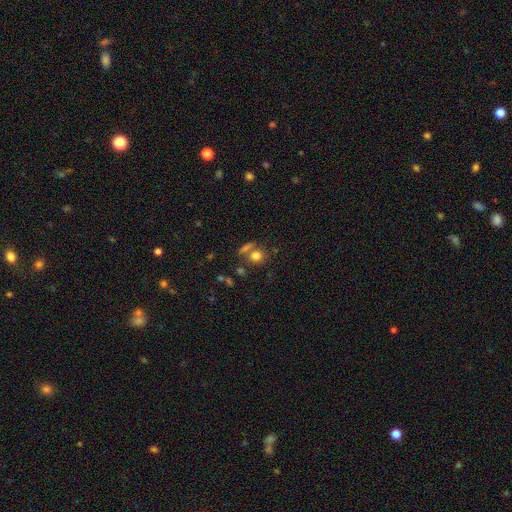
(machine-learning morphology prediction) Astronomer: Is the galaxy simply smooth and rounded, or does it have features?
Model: smooth — 77%.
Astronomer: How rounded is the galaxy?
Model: round — 79%.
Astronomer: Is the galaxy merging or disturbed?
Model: none — 59%.